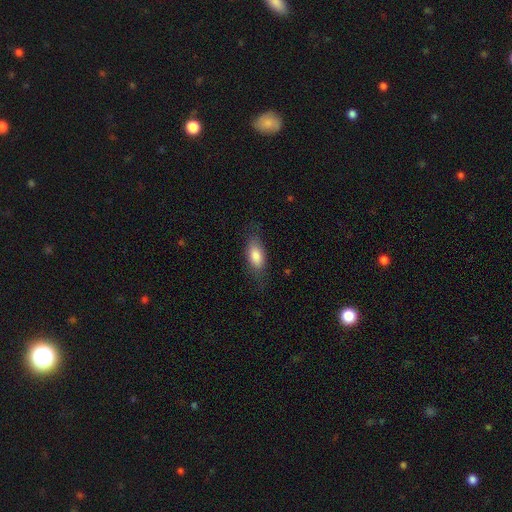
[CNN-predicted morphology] This appears to be a smooth galaxy with no disk features (81%) that is in between round and cigar-shaped (84%). Merging: none (72%).